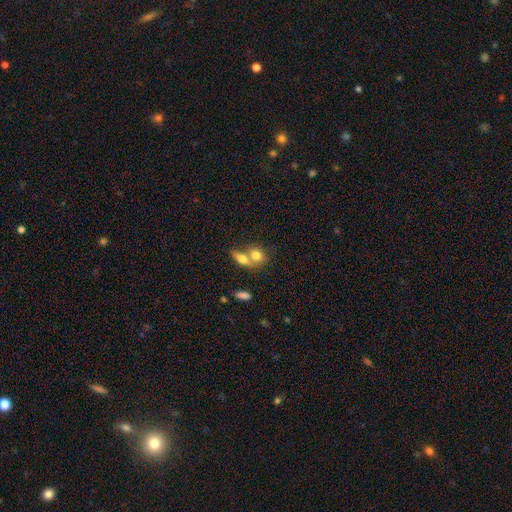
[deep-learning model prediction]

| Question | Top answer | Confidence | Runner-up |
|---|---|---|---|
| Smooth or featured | smooth | 76% | featured or disk (16%) |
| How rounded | in between | 57% | round (38%) |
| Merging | merger | 57% | none (31%) |